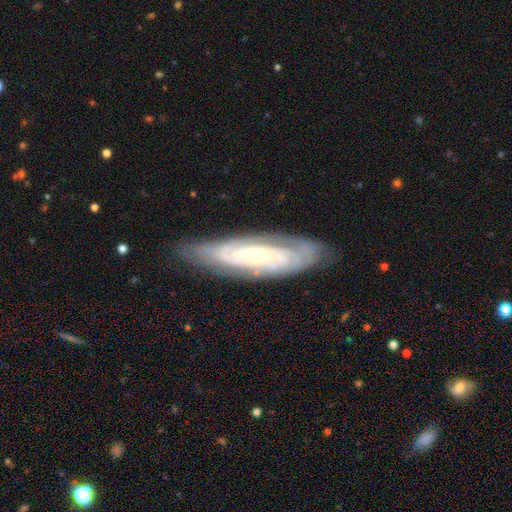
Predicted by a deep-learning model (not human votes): smooth-or-featured: featured or disk: 81% | smooth: 14% | star or artifact: 6%
  disk-edge-on: no: 82% | yes: 18%
    bar: no: 73% | weak: 20% | strong: 8%
    has-spiral-arms: yes: 90% | no: 10%
      spiral-winding: tight: 73% | medium: 22% | loose: 5%
      spiral-arm-count: can't tell: 49% | 2: 26% | 3: 11% | 4: 6% | more than 4: 4% | 1: 4%
    bulge-size: small: 65% | moderate: 31% | large: 2% | none: 1% | dominant: 1%
  merging: none: 79% | minor disturbance: 16% | major disturbance: 4% | merger: 1%